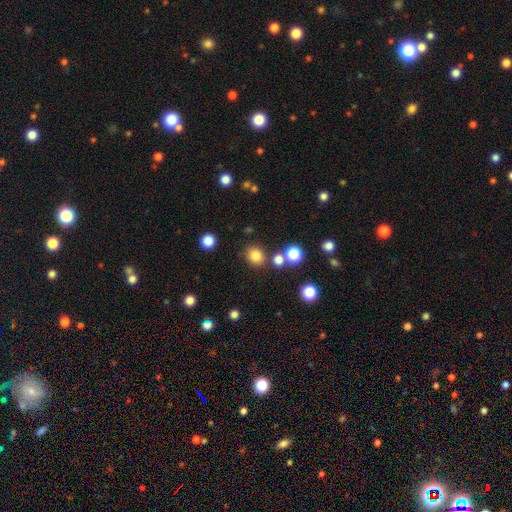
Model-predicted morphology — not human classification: The model was most divided on "how rounded": round: 76%, in between: 23%, cigar-shaped: 1%. More confident: smooth or featured — smooth (81%); merging — none (80%).